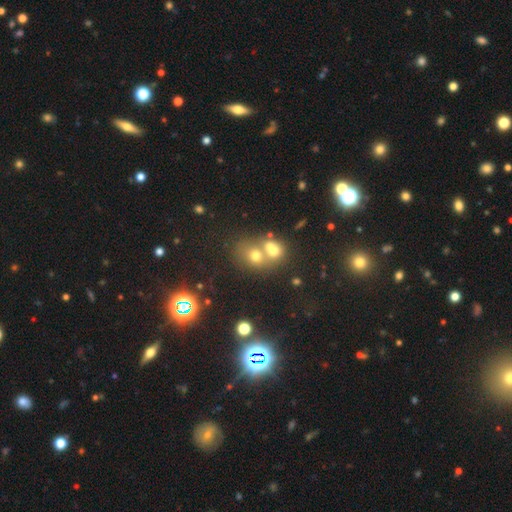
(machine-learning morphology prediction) The model was most divided on "how rounded": round: 64%, in between: 35%, cigar-shaped: 1%. More confident: smooth or featured — smooth (64%); merging — merger (61%).